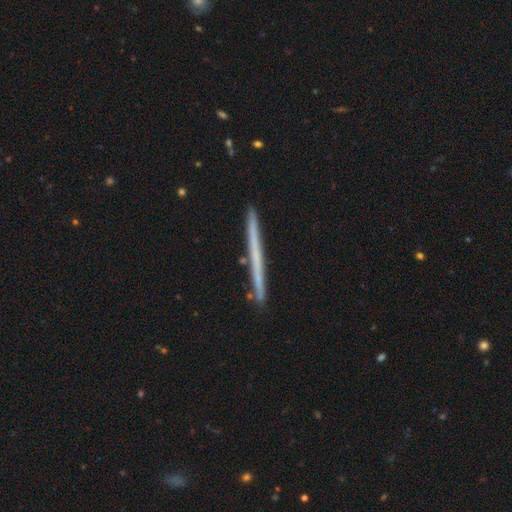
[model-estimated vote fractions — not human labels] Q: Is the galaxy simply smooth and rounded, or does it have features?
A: featured or disk — 55%.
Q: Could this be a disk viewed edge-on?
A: yes — 97%.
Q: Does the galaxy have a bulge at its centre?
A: none — 92%.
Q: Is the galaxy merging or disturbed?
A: none — 91%.